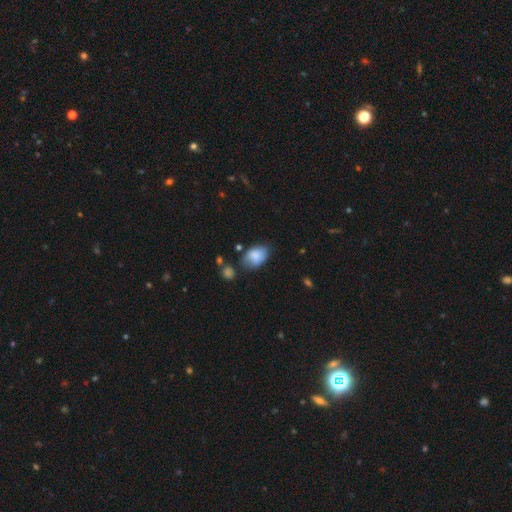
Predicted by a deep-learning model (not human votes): smooth 82%, featured or disk 11%, star or artifact 7%. Down the decision tree: how rounded — in between (85%); merging — none (61%).